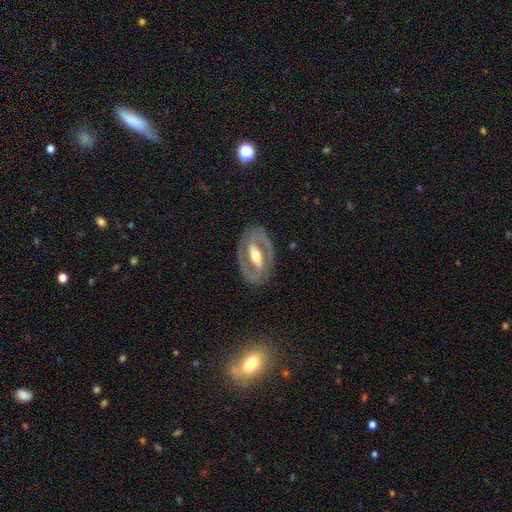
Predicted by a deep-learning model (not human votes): This is clearly a featured or disk galaxy (82%). It is clearly not viewed edge-on (92%). Bar: possibly strong (58%). Spiral arm pattern: likely yes (66%). Central bulge: likely moderate (66%). Merging: clearly none (83%).